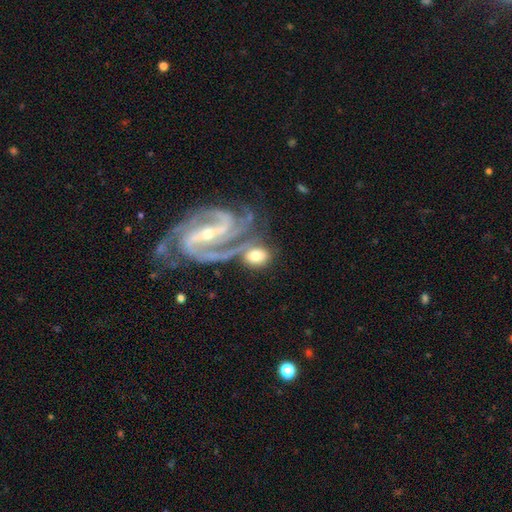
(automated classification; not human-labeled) This appears to be a featured or disk galaxy (48%). Merging: none (49%).